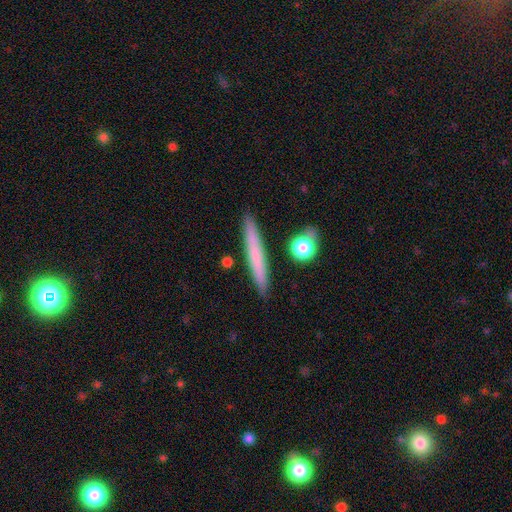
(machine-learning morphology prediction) The model was most divided on "smooth or featured": smooth: 63%, featured or disk: 30%, star or artifact: 7%. More confident: how rounded — cigar-shaped (96%); merging — none (88%).